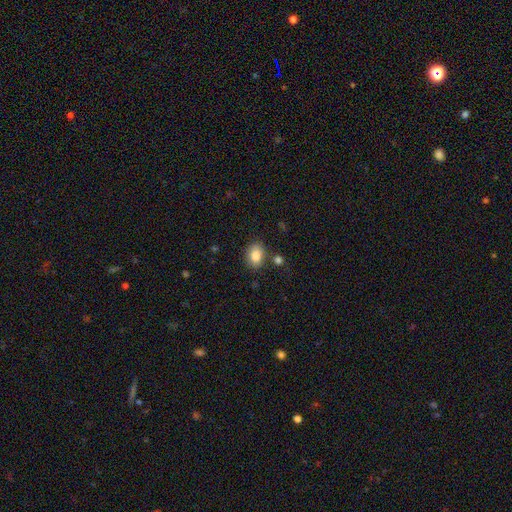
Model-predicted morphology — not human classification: Overall: smooth (83%). How rounded: in between (66%; round 33%). Merging: none (80%).